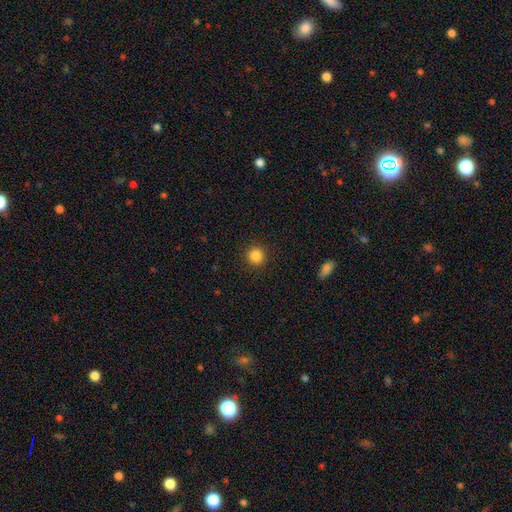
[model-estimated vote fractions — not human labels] A smooth galaxy with no disk features (85%) that is round (94%). Merging: none (92%).